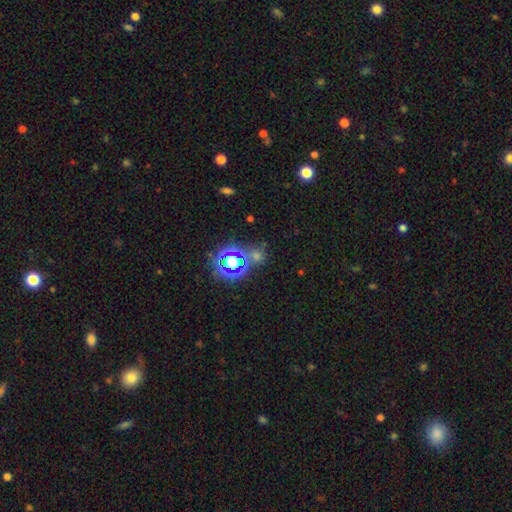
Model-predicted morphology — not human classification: The model was most divided on "smooth or featured": star or artifact: 65%, smooth: 28%, featured or disk: 7%.